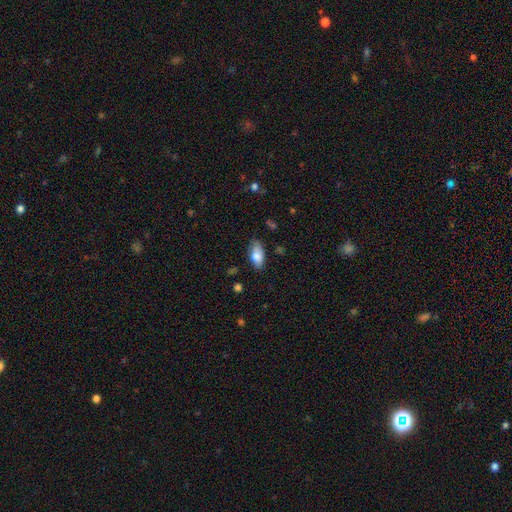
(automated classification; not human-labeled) smooth_or_featured: smooth (p=0.80) [alt: featured or disk p=0.13]
how_rounded: in between (p=0.90) [alt: cigar-shaped p=0.07]
merging: none (p=0.72) [alt: minor disturbance p=0.22]